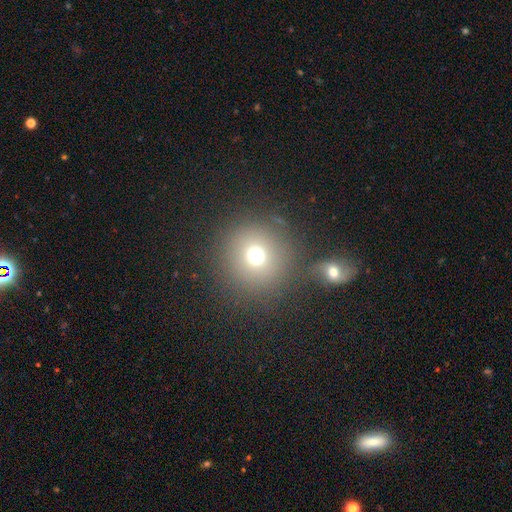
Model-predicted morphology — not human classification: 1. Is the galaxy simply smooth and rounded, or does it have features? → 70% smooth, 20% star or artifact, 10% featured or disk.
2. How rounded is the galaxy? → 93% round, 6% in between, 1% cigar-shaped.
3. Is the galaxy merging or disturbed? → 76% none, 11% merger, 8% minor disturbance, 5% major disturbance.